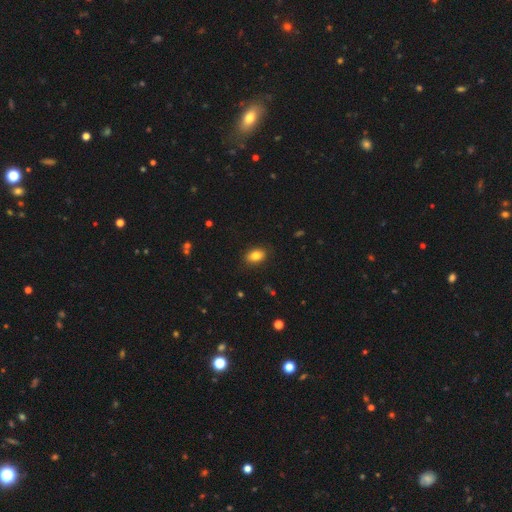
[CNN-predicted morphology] Overall: smooth (84%). How rounded: in between (82%). Merging: none (87%).